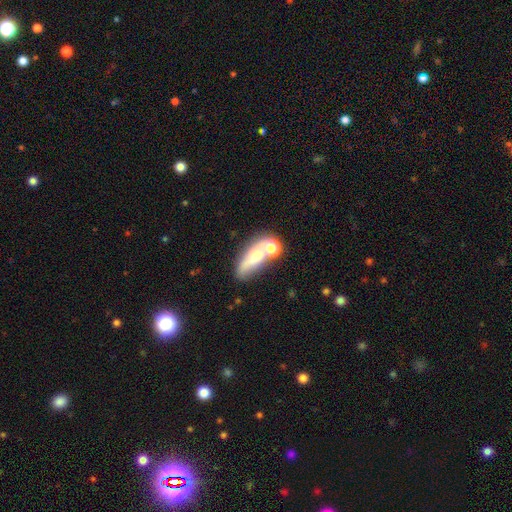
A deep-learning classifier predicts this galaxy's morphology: Q: Smooth or featured?
A: smooth (60%); runner-up: featured or disk (28%)
Q: How rounded?
A: in between (60%); runner-up: cigar-shaped (27%)
Q: Merging?
A: none (37%); runner-up: merger (35%)